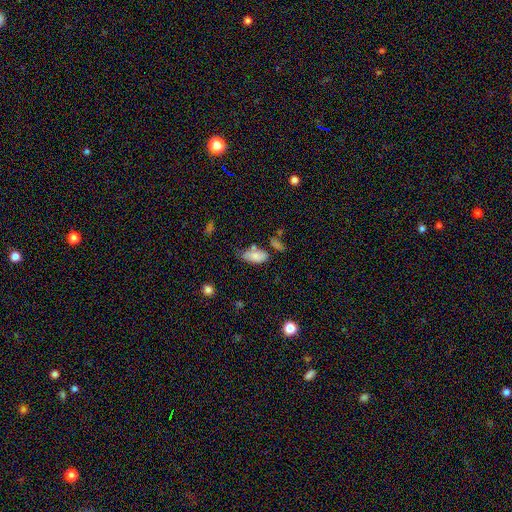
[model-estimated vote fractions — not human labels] Smooth or featured?
  - smooth: 81% *
  - featured or disk: 11%
  - star or artifact: 8%
How rounded?
  - in between: 91% *
  - cigar-shaped: 6%
  - round: 3%
Merging?
  - none: 54% *
  - minor disturbance: 25%
  - merger: 13%
  - major disturbance: 7%